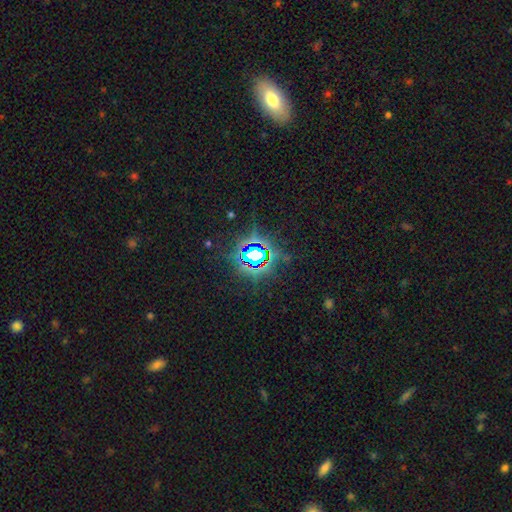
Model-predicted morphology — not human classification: A star or artifact, not a galaxy (81%).